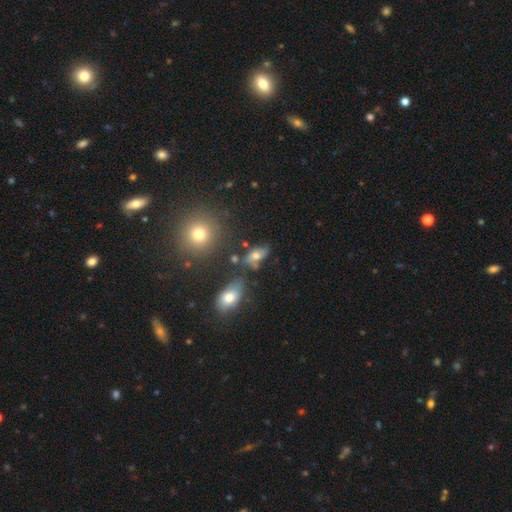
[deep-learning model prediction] Smooth or featured? Predicted: smooth (p=0.57). How rounded? Predicted: in between (p=0.82). Merging? Predicted: none (p=0.52).